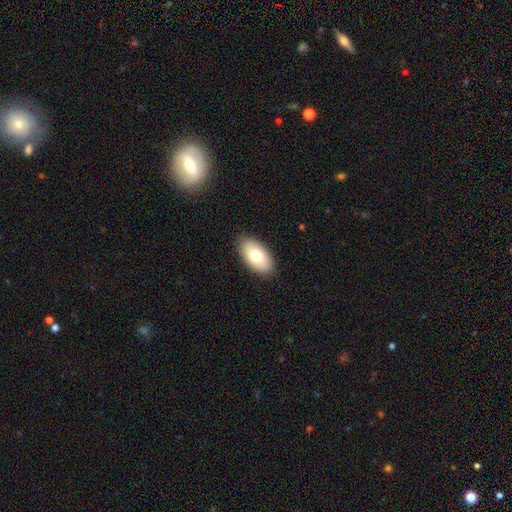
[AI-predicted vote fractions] Smooth or featured? Predicted: smooth (p=0.76). How rounded? Predicted: in between (p=0.95). Merging? Predicted: none (p=0.88).